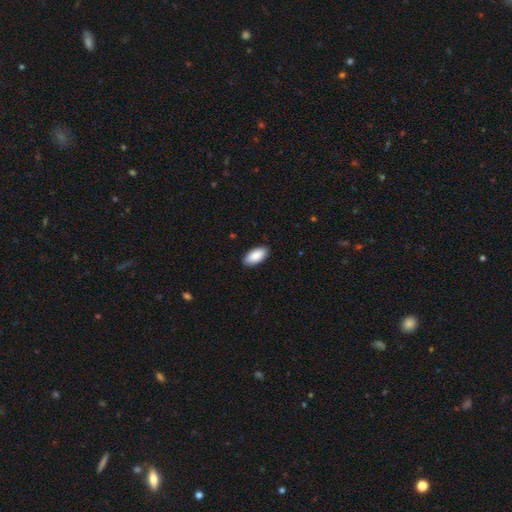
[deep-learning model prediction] Smooth or featured: smooth — 90% (star or artifact — 5%)
How rounded: in between — 94% (cigar-shaped — 4%)
Merging: none — 89% (minor disturbance — 8%)